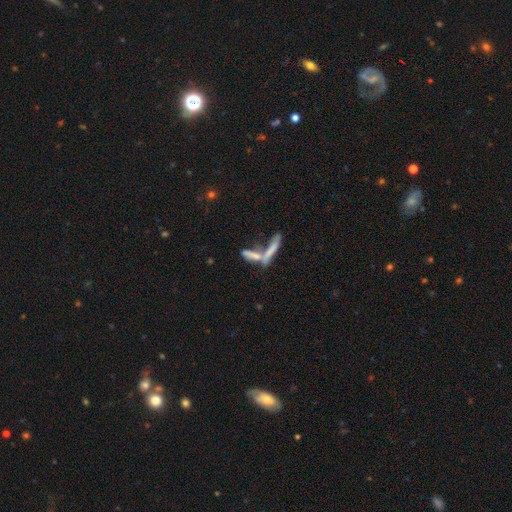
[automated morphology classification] smooth 54%, featured or disk 34%, star or artifact 12%. Down the decision tree: how rounded — cigar-shaped (78%); merging — merger (55%).